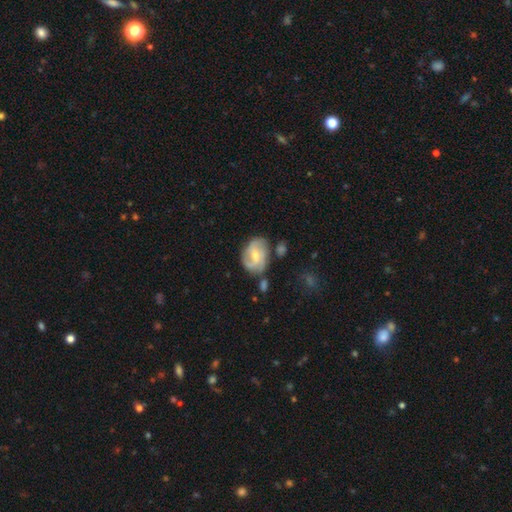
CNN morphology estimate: Smooth or featured? featured or disk (64%)
Edge-on disk? no (97%)
Bar? weak (51%)
Spiral arms? yes (85%)
Spiral winding? medium (45%)
Spiral arm count? 2 (59%)
Bulge size? moderate (51%)
Merging? none (59%)